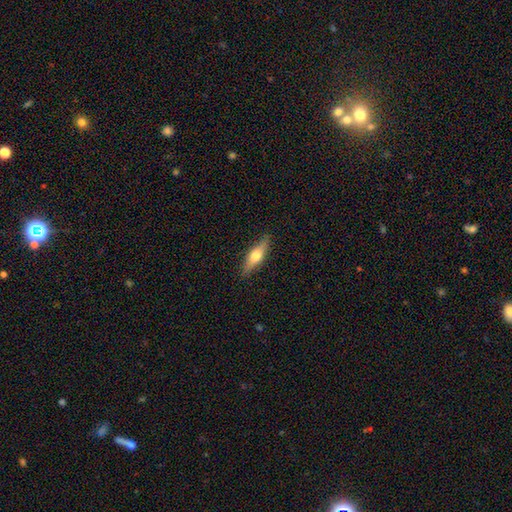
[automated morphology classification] This appears to be a smooth galaxy with no disk features (48%). Merging: none (88%).